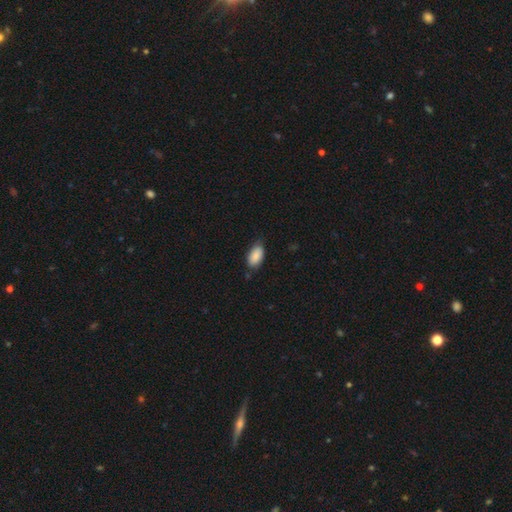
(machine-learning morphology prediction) Q: Smooth or featured?
A: smooth (88%); runner-up: star or artifact (6%)
Q: How rounded?
A: in between (94%); runner-up: round (3%)
Q: Merging?
A: none (71%); runner-up: minor disturbance (24%)